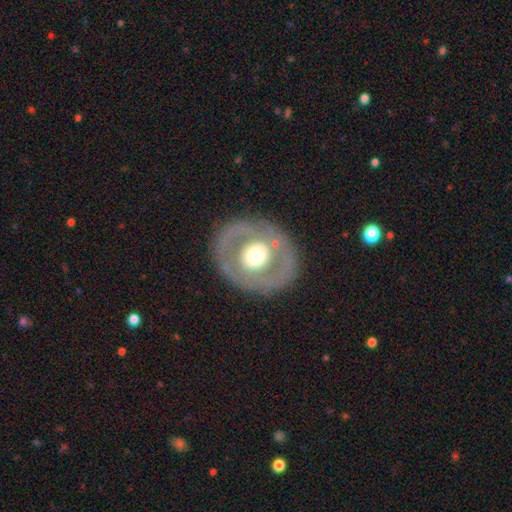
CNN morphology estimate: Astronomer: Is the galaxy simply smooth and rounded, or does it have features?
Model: featured or disk — 61%.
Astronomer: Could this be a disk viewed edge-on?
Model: no — 94%.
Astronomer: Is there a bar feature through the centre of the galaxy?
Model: no — 74%.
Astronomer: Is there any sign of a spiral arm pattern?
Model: no — 81%.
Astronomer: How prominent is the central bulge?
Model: moderate — 59%.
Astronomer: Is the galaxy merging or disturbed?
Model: none — 81%.